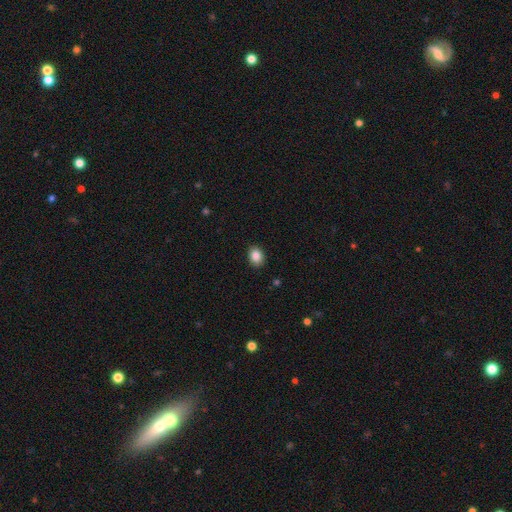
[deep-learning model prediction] Smooth or featured? smooth (87%)
How rounded? in between (63%)
Merging? none (89%)